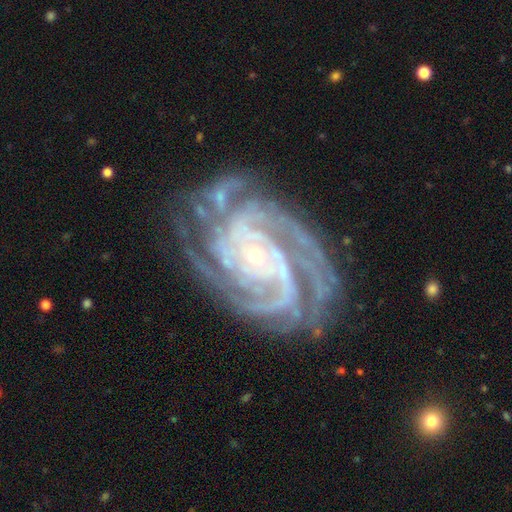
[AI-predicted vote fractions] featured or disk 93%, star or artifact 5%, smooth 3%. Down the decision tree: edge-on disk — no (97%); bar — no (65%); spiral arms — yes (99%); spiral arm count — 4 (31%); spiral winding — tight (77%); bulge size — small (80%); merging — none (74%).